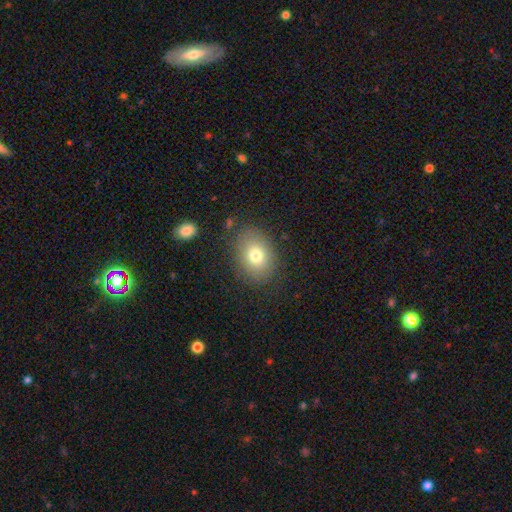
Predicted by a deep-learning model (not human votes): A smooth galaxy with no disk features (75%) that is in between round and cigar-shaped (61%).

Vote fractions:
- Smooth or featured? smooth: 75% / featured or disk: 14% / star or artifact: 11%
- How rounded? in between: 61% / round: 38% / cigar-shaped: 1%
- Merging? none: 82% / minor disturbance: 12% / major disturbance: 4% / merger: 2%